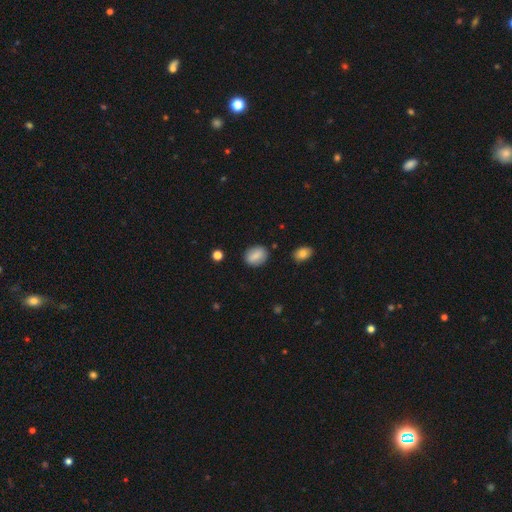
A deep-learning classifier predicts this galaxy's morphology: Smooth or featured?
  - smooth: 81% *
  - featured or disk: 11%
  - star or artifact: 8%
How rounded?
  - in between: 67% *
  - round: 32%
  - cigar-shaped: 2%
Merging?
  - none: 84% *
  - minor disturbance: 11%
  - major disturbance: 3%
  - merger: 2%